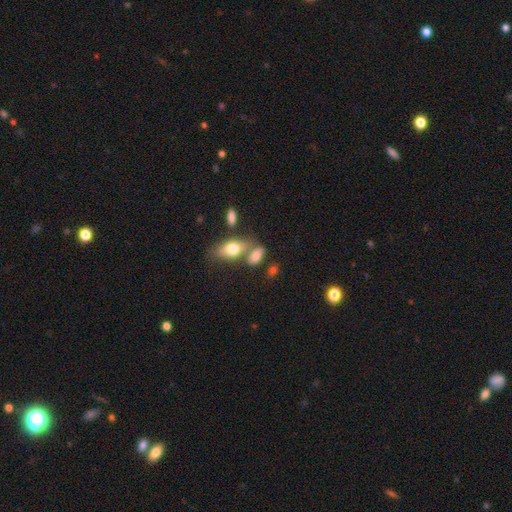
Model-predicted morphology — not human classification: Smooth or featured? smooth (76%)
How rounded? in between (84%)
Merging? none (48%)